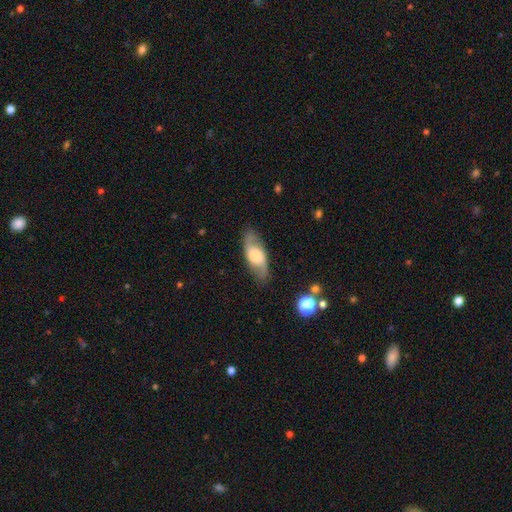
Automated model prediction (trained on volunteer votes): Smooth or featured?
  - featured or disk: 51% *
  - smooth: 43%
  - star or artifact: 7%
Edge-on disk?
  - no: 78% *
  - yes: 22%
Merging?
  - none: 81% *
  - minor disturbance: 13%
  - major disturbance: 4%
  - merger: 1%